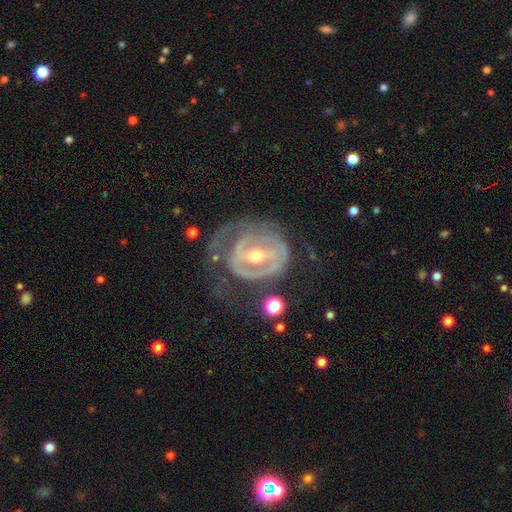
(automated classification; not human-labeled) This appears to be a featured or disk galaxy (84%) with a strong bar (53%), 2 (44%) tight (56%) spiral arms (72%) and a small central bulge (49%). Merging: none (45%).